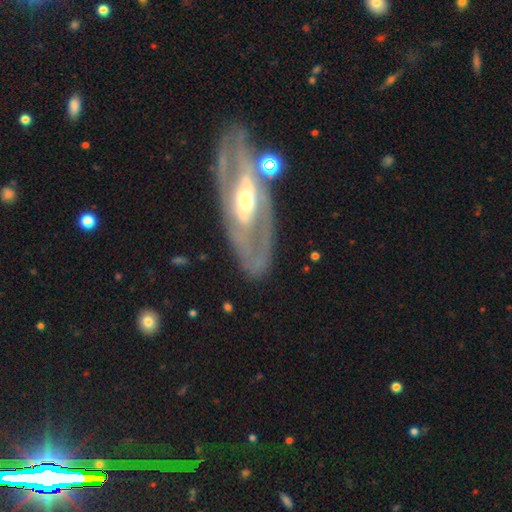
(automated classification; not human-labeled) A featured or disk galaxy (81%) with no bar (44%), spiral arms (67%) and a moderate central bulge (69%).

Vote fractions:
- Smooth or featured? featured or disk: 81% / smooth: 13% / star or artifact: 6%
- Edge-on disk? no: 87% / yes: 13%
- Bar? no: 44% / weak: 30% / strong: 26%
- Spiral arms? yes: 67% / no: 33%
- Bulge size? moderate: 69% / small: 22% / large: 7% / dominant: 1% / none: 1%
- Merging? none: 73% / minor disturbance: 14% / major disturbance: 8% / merger: 5%